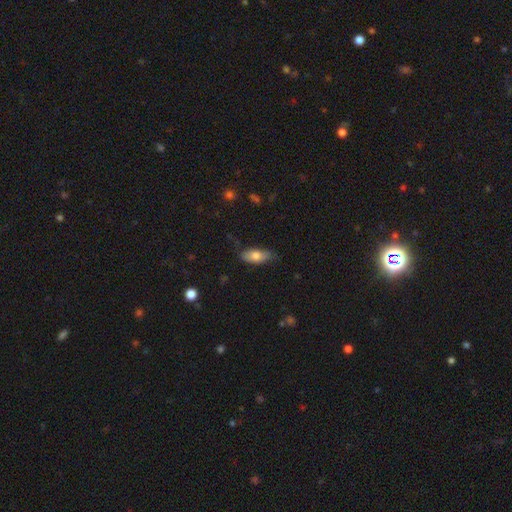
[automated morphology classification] Smooth or featured? Predicted: smooth (p=0.74). How rounded? Predicted: in between (p=0.80). Merging? Predicted: none (p=0.72).